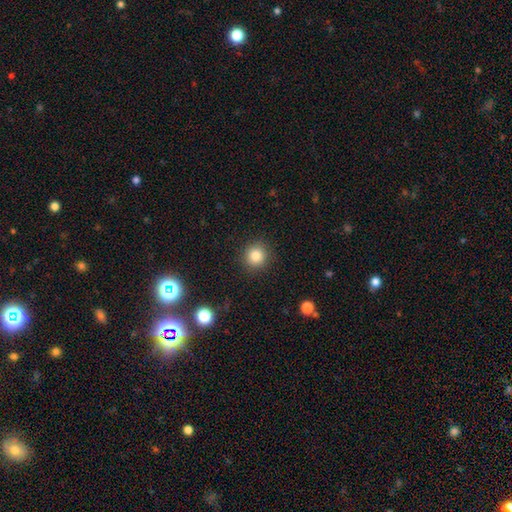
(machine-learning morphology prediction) Smooth or featured? smooth (84%)
How rounded? round (93%)
Merging? none (90%)